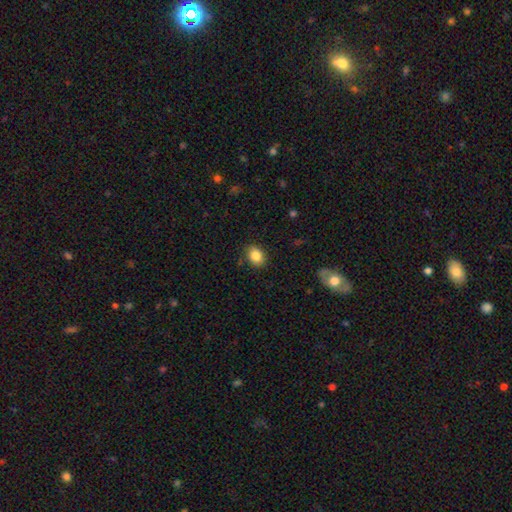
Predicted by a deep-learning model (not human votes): This is clearly a smooth galaxy (85%). How rounded: possibly in between (59%). Merging: clearly none (86%).